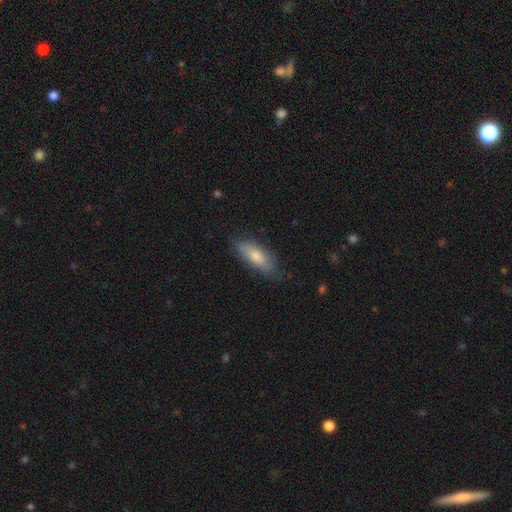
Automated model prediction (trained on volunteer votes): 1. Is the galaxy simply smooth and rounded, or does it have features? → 71% smooth, 22% featured or disk, 7% star or artifact.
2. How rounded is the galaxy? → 66% in between, 32% cigar-shaped, 2% round.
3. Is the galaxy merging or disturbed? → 74% none, 21% minor disturbance, 4% major disturbance, 1% merger.